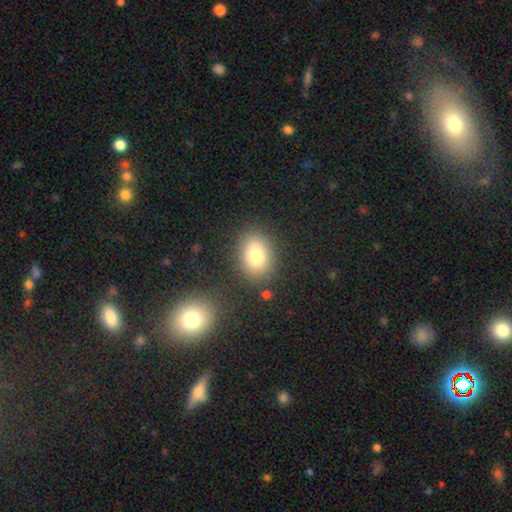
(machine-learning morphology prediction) Q: Smooth or featured?
A: smooth (77%); runner-up: star or artifact (12%)
Q: How rounded?
A: in between (63%); runner-up: round (36%)
Q: Merging?
A: none (82%); runner-up: minor disturbance (11%)